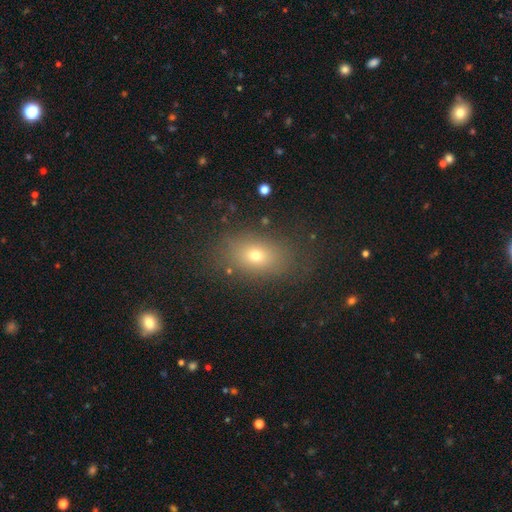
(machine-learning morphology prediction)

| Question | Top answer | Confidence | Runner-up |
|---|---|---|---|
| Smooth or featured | smooth | 69% | star or artifact (17%) |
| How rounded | in between | 74% | round (24%) |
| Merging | none | 79% | minor disturbance (12%) |